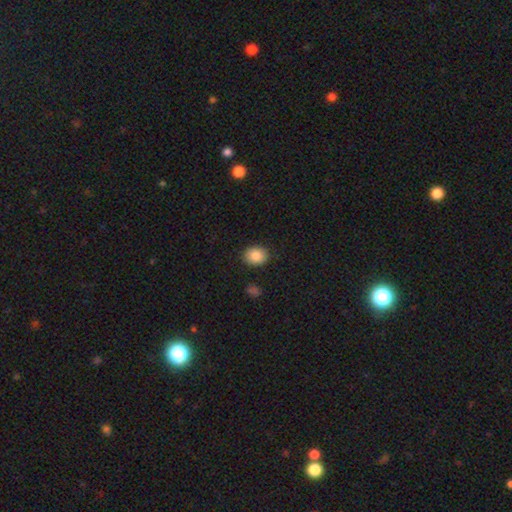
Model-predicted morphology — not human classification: smooth_or_featured: smooth (p=0.85) [alt: star or artifact p=0.08]
how_rounded: in between (p=0.51) [alt: round p=0.48]
merging: none (p=0.87) [alt: minor disturbance p=0.09]